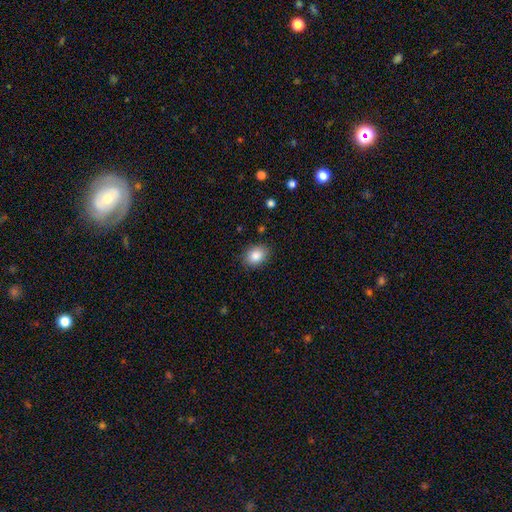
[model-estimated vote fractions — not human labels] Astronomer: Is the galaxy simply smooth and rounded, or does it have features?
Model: smooth — 85%.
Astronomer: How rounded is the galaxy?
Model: in between — 62% (runner-up: round, 37%).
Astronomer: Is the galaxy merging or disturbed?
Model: none — 86%.